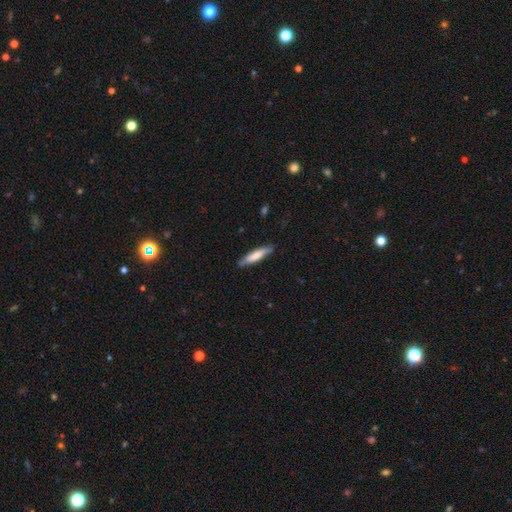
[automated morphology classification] smooth 65%, featured or disk 30%, star or artifact 5%. Down the decision tree: how rounded — cigar-shaped (83%); merging — none (82%).